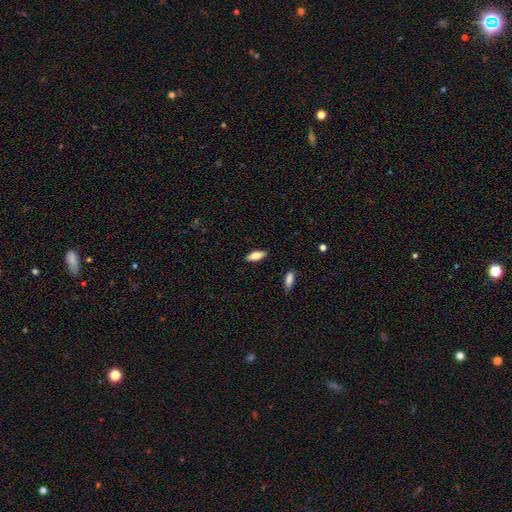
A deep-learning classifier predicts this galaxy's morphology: A smooth galaxy with no disk features (78%) that is in between round and cigar-shaped (73%).

Vote fractions:
- Smooth or featured? smooth: 78% / featured or disk: 16% / star or artifact: 7%
- How rounded? in between: 73% / cigar-shaped: 25% / round: 2%
- Merging? none: 87% / minor disturbance: 9% / major disturbance: 2% / merger: 1%